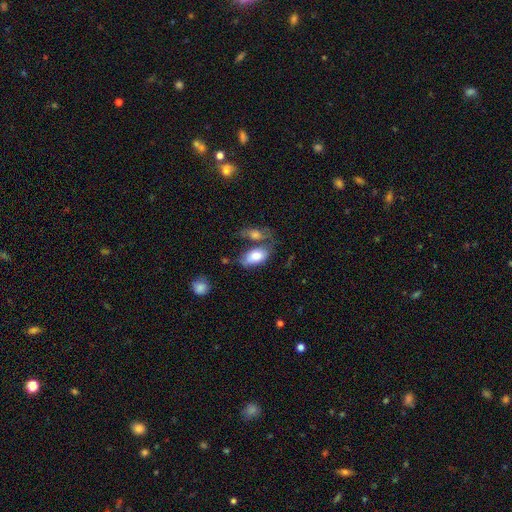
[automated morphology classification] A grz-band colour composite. It shows a smooth galaxy with no disk features (76%) that is in between round and cigar-shaped (93%). Merging: none (36%).